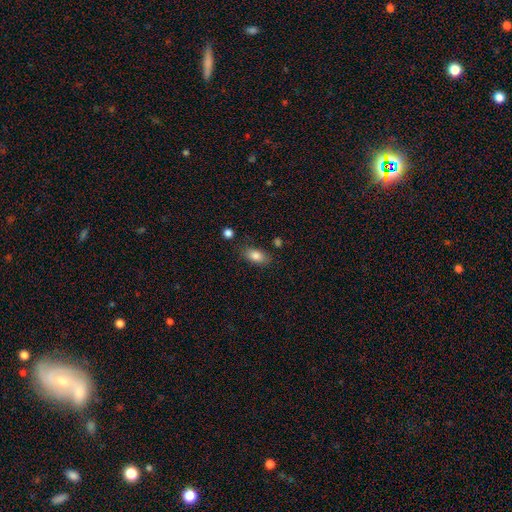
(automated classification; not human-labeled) Morphology: type=smooth (83%); roundness=in between (88%); merging=none (79%).